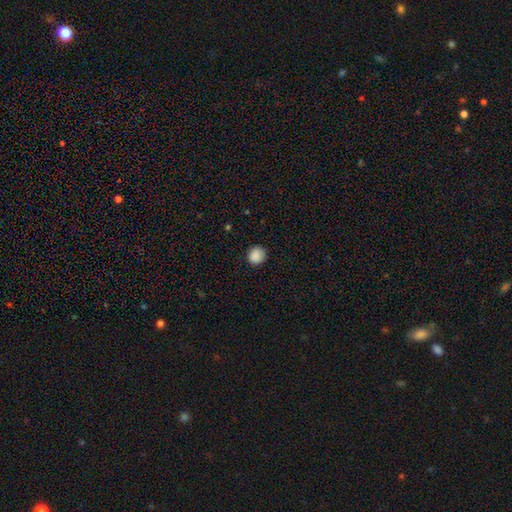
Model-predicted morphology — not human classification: type=smooth (88%); roundness=round (86%); merging=none (85%).